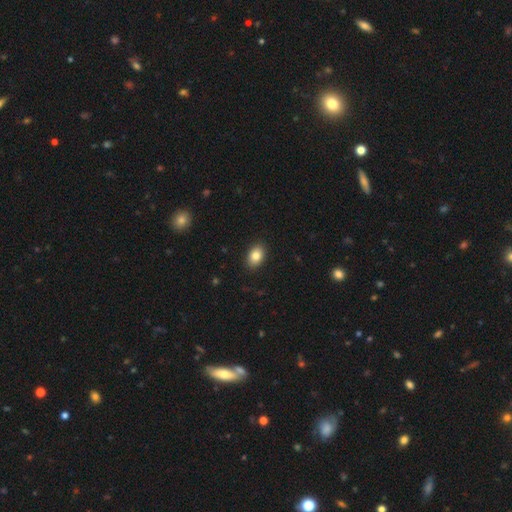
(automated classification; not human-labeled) smooth-or-featured: smooth: 83% | star or artifact: 9% | featured or disk: 8%
  how-rounded: in between: 82% | round: 17% | cigar-shaped: 1%
  merging: none: 90% | minor disturbance: 7% | major disturbance: 2% | merger: 1%